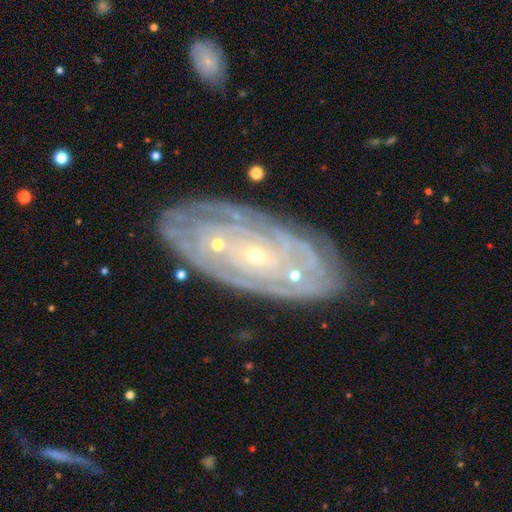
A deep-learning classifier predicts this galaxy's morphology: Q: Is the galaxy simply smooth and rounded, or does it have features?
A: featured or disk — 86%.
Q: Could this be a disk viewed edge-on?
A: no — 93%.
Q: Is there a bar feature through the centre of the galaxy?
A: no — 72%.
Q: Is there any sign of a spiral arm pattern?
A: yes — 93%.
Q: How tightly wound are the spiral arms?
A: tight — 79%.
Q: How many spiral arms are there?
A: can't tell — 37%.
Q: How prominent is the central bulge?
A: small — 82%.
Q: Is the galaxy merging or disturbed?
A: none — 73%.